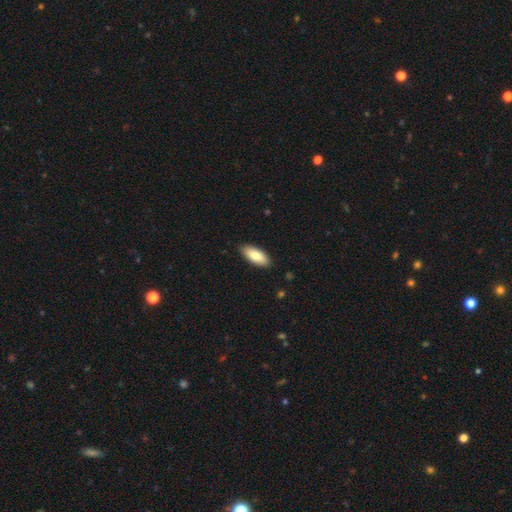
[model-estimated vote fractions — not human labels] smooth 81%, featured or disk 13%, star or artifact 6%. Down the decision tree: how rounded — in between (85%); merging — none (89%).